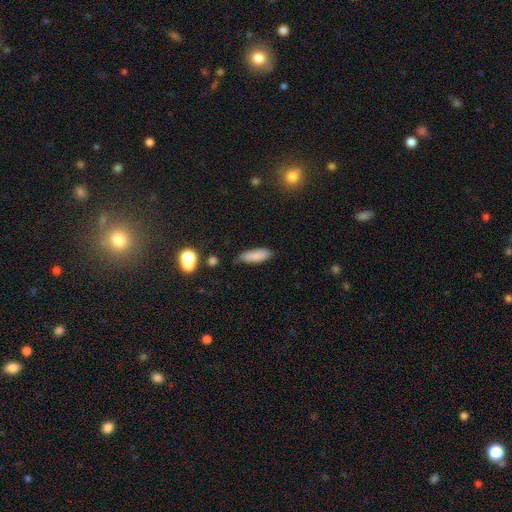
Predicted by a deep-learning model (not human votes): Morphology: type=smooth (84%); roundness=in between (60%); merging=none (67%).